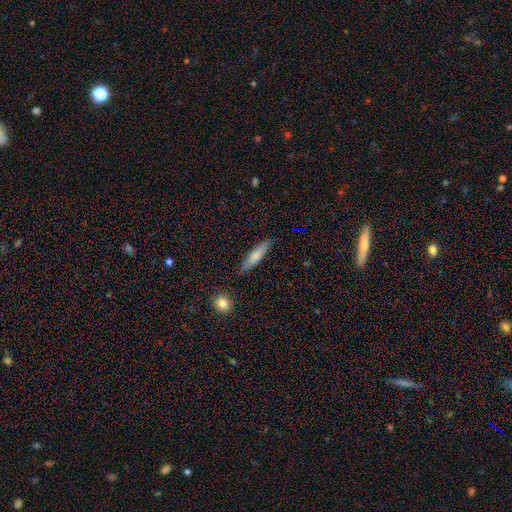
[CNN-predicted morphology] Q: Smooth or featured?
A: smooth (72%); runner-up: featured or disk (21%)
Q: How rounded?
A: cigar-shaped (78%); runner-up: in between (21%)
Q: Merging?
A: none (82%); runner-up: minor disturbance (13%)